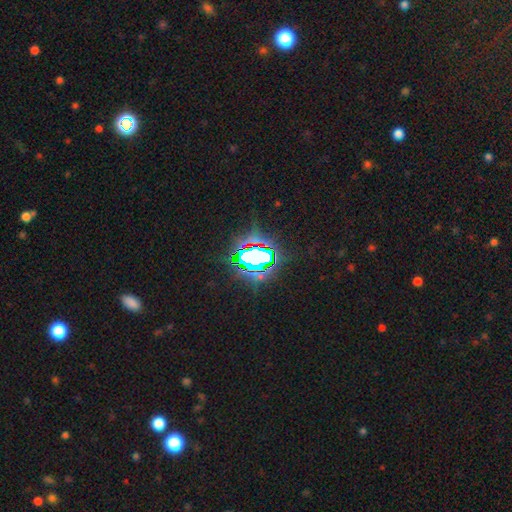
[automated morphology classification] A star or artifact, not a galaxy (71%).

Vote fractions:
- Smooth or featured? star or artifact: 71% / smooth: 16% / featured or disk: 13%